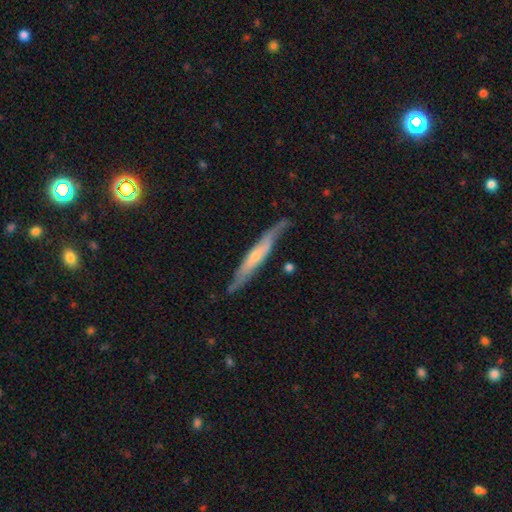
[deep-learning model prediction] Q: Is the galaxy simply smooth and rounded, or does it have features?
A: featured or disk — 61%.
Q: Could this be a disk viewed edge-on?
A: yes — 81%.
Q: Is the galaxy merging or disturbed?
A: none — 72%.